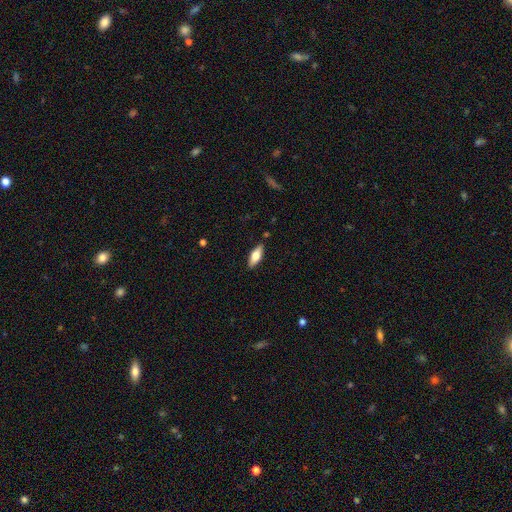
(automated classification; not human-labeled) Smooth or featured?
  - smooth: 64% *
  - featured or disk: 30%
  - star or artifact: 6%
How rounded?
  - in between: 69% *
  - cigar-shaped: 29%
  - round: 2%
Merging?
  - none: 87% *
  - minor disturbance: 10%
  - major disturbance: 2%
  - merger: 1%